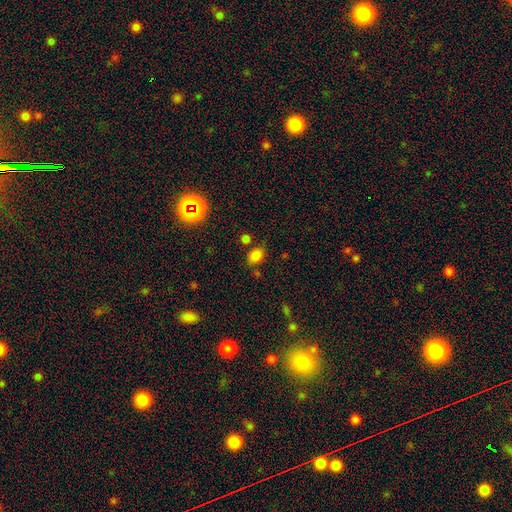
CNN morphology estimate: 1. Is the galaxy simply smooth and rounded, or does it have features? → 78% smooth, 15% star or artifact, 6% featured or disk.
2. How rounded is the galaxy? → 71% in between, 28% round, 1% cigar-shaped.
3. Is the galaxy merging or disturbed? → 71% none, 17% minor disturbance, 8% merger, 5% major disturbance.